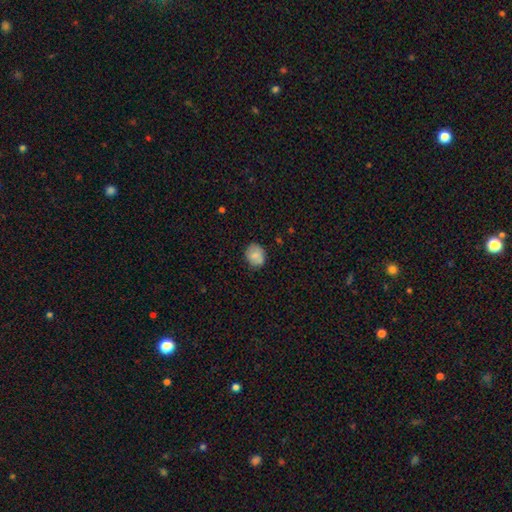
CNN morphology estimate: A smooth galaxy with no disk features (76%) that is round (57%). Merging: none (77%).